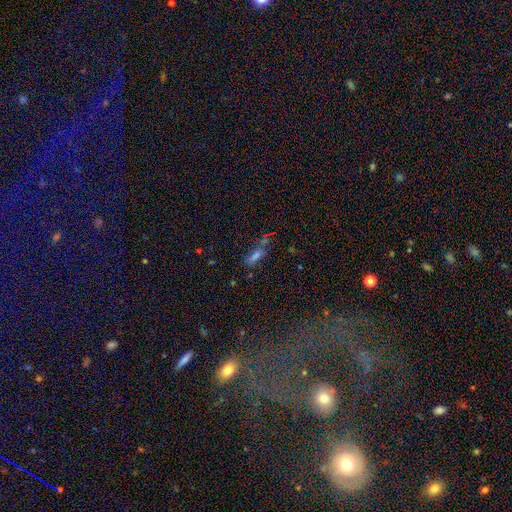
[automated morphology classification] Smooth or featured: smooth — 49% (star or artifact — 32%)
Merging: none — 52% (minor disturbance — 20%)